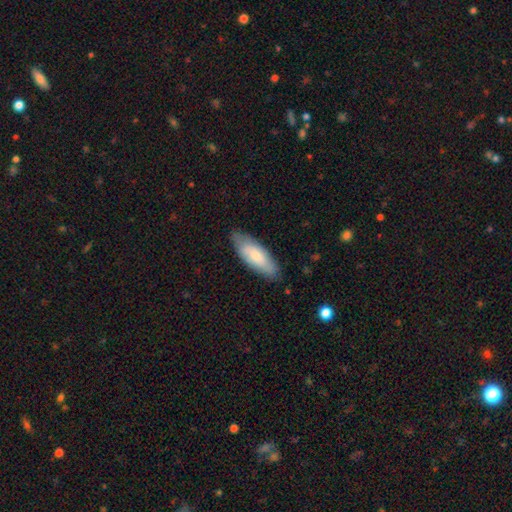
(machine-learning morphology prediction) This appears to be a smooth galaxy with no disk features (74%) that is in between round and cigar-shaped (65%). Merging: none (80%).